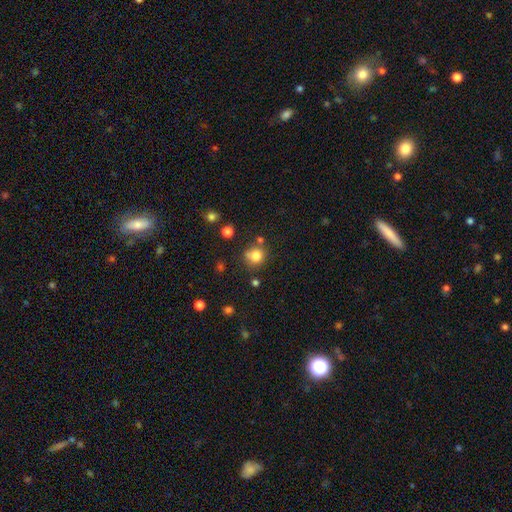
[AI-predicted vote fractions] Smooth or featured? Predicted: smooth (p=0.80). How rounded? Predicted: round (p=0.87). Merging? Predicted: none (p=0.68).